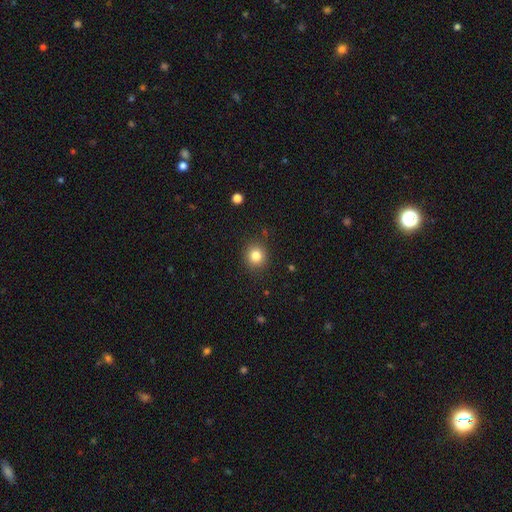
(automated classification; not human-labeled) smooth-or-featured: smooth: 82% | star or artifact: 11% | featured or disk: 7%
  how-rounded: round: 87% | in between: 12% | cigar-shaped: 1%
  merging: none: 88% | minor disturbance: 8% | major disturbance: 3% | merger: 1%